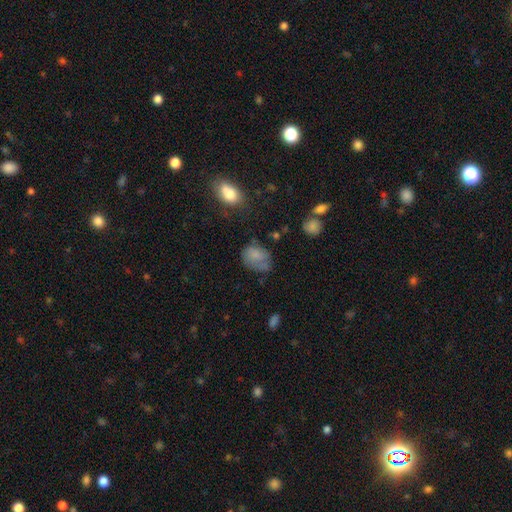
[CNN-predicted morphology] Overall: smooth (72%). How rounded: in between (61%; round 37%). Merging: none (44%; minor disturbance 31%).